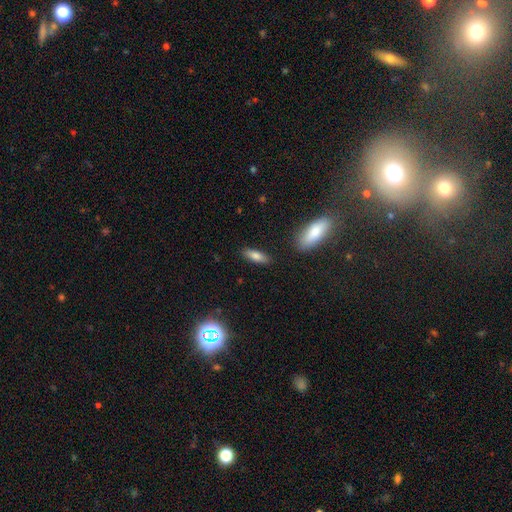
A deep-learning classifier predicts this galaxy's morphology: Smooth or featured? smooth (80%)
How rounded? in between (60%)
Merging? none (85%)